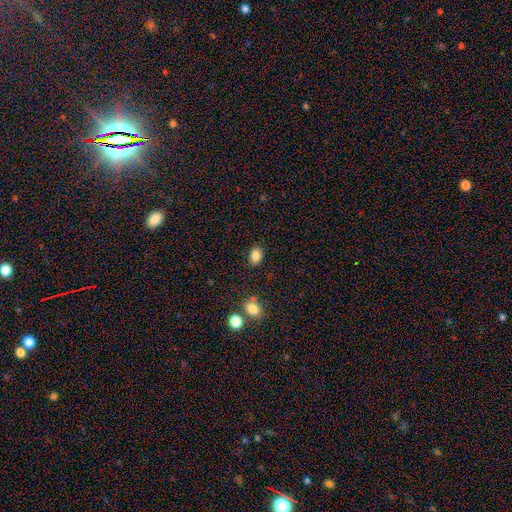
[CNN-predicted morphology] Smooth or featured?
  - smooth: 85% *
  - star or artifact: 10%
  - featured or disk: 5%
How rounded?
  - in between: 77% *
  - round: 22%
  - cigar-shaped: 1%
Merging?
  - none: 82% *
  - minor disturbance: 12%
  - major disturbance: 3%
  - merger: 3%